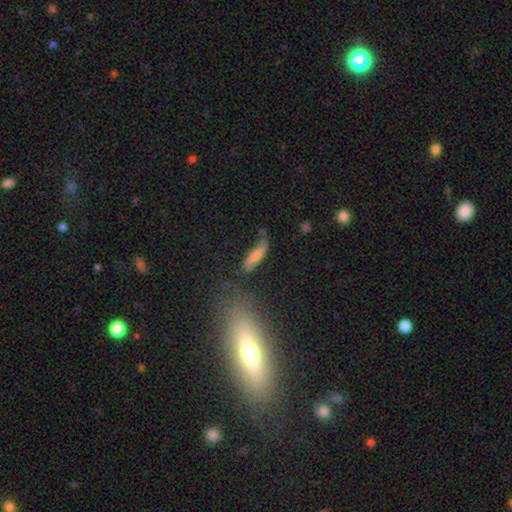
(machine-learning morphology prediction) The model was most divided on "merging": none: 57%, minor disturbance: 25%, major disturbance: 10%, merger: 8%. More confident: how rounded — cigar-shaped (69%); smooth or featured — smooth (62%).